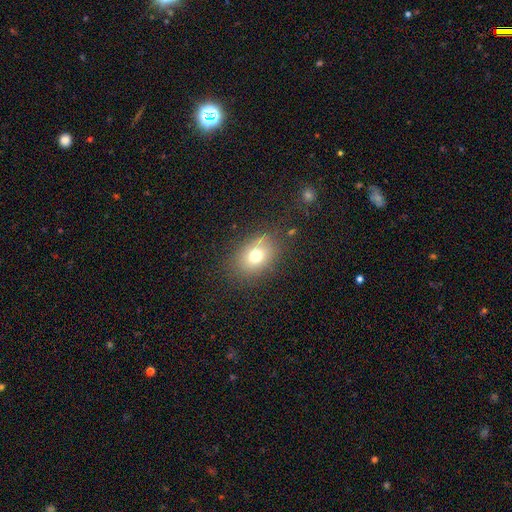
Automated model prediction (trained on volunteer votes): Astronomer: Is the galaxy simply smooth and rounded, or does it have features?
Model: smooth — 72%.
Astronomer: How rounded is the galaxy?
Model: in between — 64%.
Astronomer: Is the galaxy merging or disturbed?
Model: none — 77%.